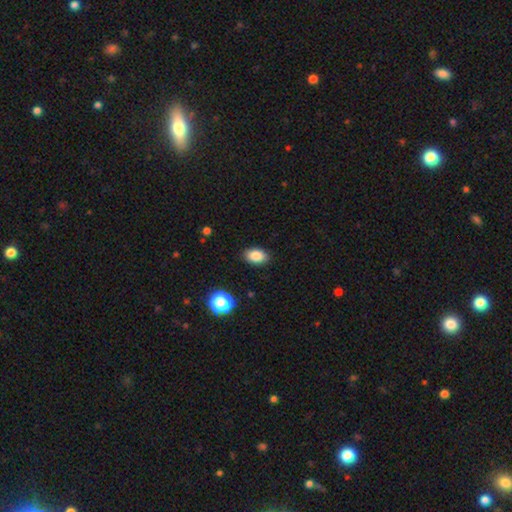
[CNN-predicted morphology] Smooth or featured?
  - smooth: 86% *
  - star or artifact: 9%
  - featured or disk: 5%
How rounded?
  - in between: 89% *
  - round: 10%
  - cigar-shaped: 1%
Merging?
  - none: 88% *
  - minor disturbance: 9%
  - major disturbance: 2%
  - merger: 1%